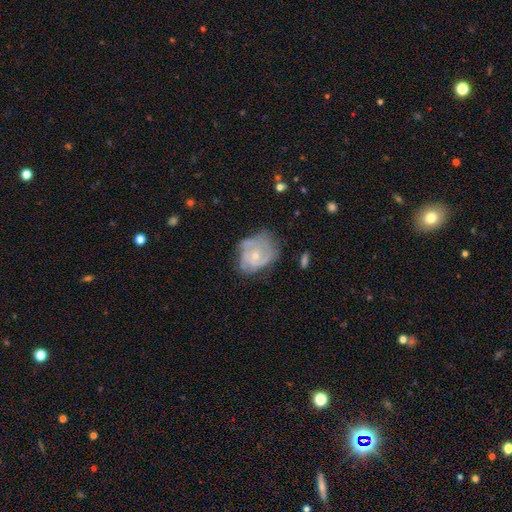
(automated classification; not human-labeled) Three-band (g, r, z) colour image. It shows a featured or disk galaxy (69%) with no bar (79%), tight (45%) spiral arms (80%) and a small central bulge (66%). Merging: none (47%).